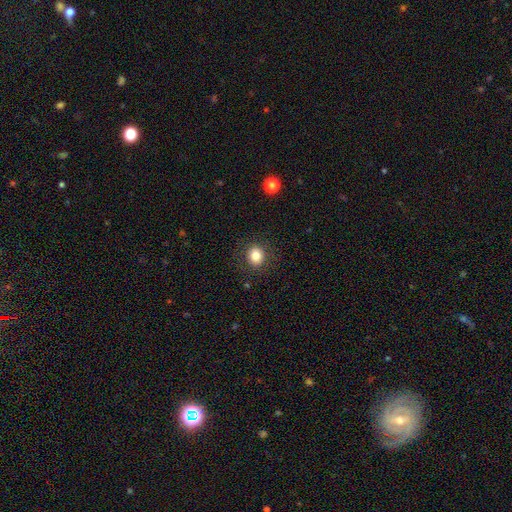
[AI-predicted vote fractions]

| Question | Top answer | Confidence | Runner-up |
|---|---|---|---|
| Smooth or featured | smooth | 82% | star or artifact (11%) |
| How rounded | round | 72% | in between (27%) |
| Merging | none | 87% | minor disturbance (8%) |